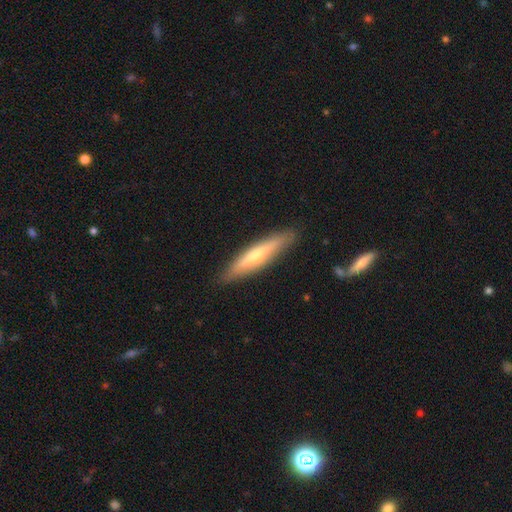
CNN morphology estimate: Smooth or featured? Predicted: featured or disk (p=0.50). Merging? Predicted: none (p=0.86).